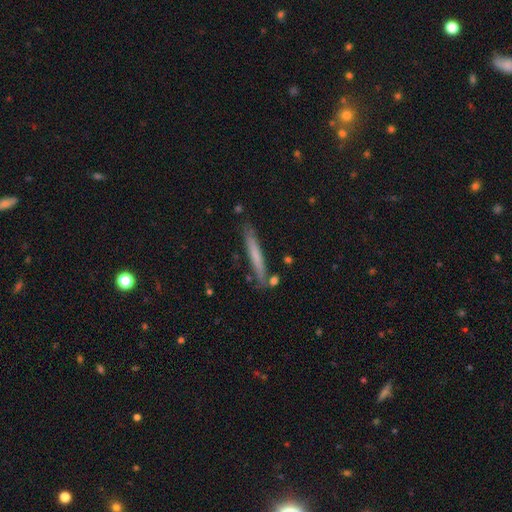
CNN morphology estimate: smooth-or-featured: smooth: 60% | featured or disk: 34% | star or artifact: 6%
  how-rounded: cigar-shaped: 96% | in between: 3% | round: 1%
  merging: none: 83% | minor disturbance: 12% | merger: 3% | major disturbance: 2%